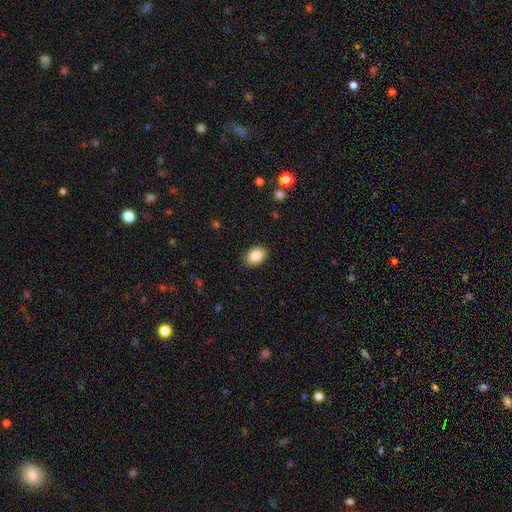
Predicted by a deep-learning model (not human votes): The model was most divided on "how rounded": in between: 80%, round: 19%, cigar-shaped: 1%. More confident: merging — none (88%); smooth or featured — smooth (86%).